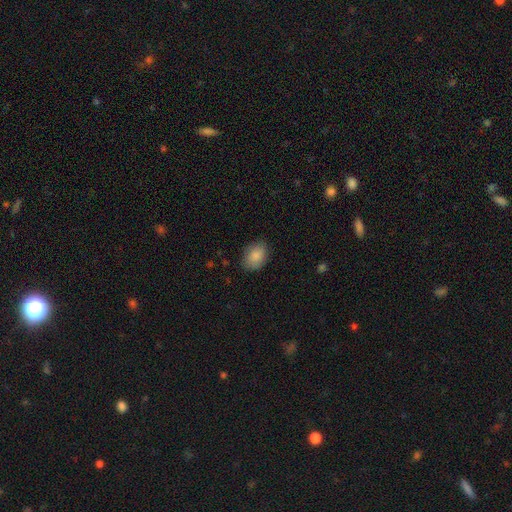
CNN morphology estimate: smooth 87%, star or artifact 7%, featured or disk 6%. Down the decision tree: how rounded — in between (76%); merging — none (81%).